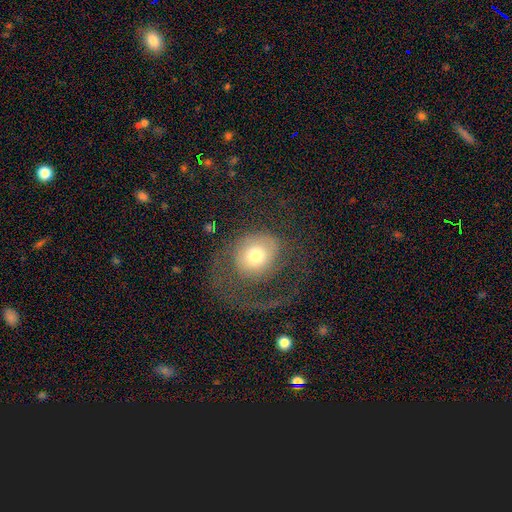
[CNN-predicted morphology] A smooth galaxy with no disk features (54%) that is round (75%). Merging: major disturbance (52%).